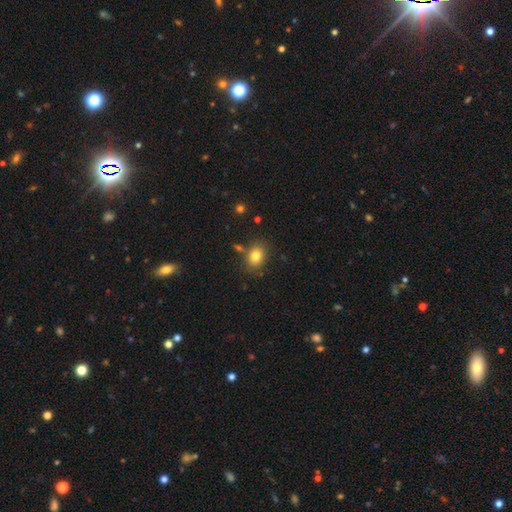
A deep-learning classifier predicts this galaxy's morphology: This is clearly a smooth galaxy (81%). How rounded: possibly in between (60%). Merging: likely none (78%).